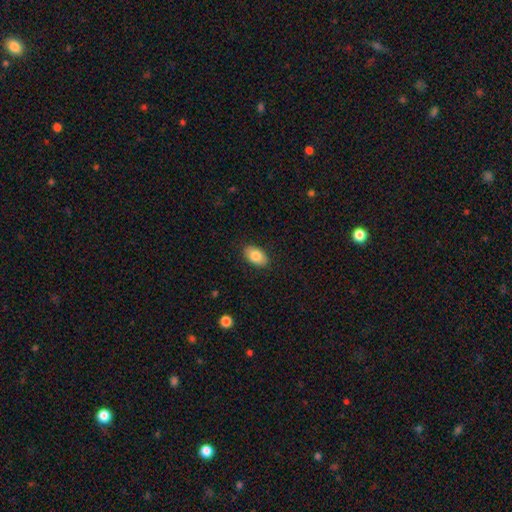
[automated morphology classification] smooth 83%, featured or disk 10%, star or artifact 7%. Down the decision tree: how rounded — in between (91%); merging — none (87%).